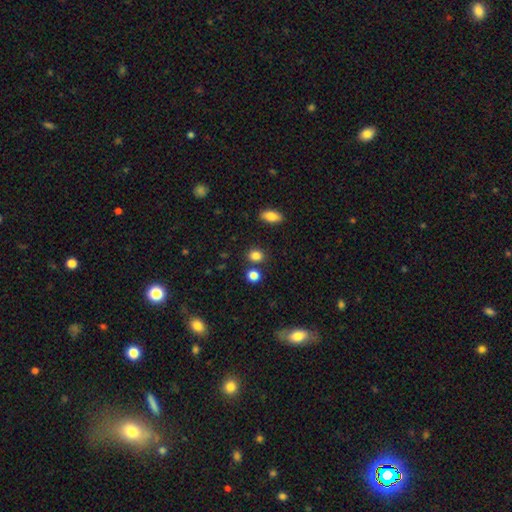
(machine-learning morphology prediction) Smooth or featured: smooth — 84% (star or artifact — 11%)
How rounded: round — 64% (in between — 35%)
Merging: none — 78% (merger — 10%)